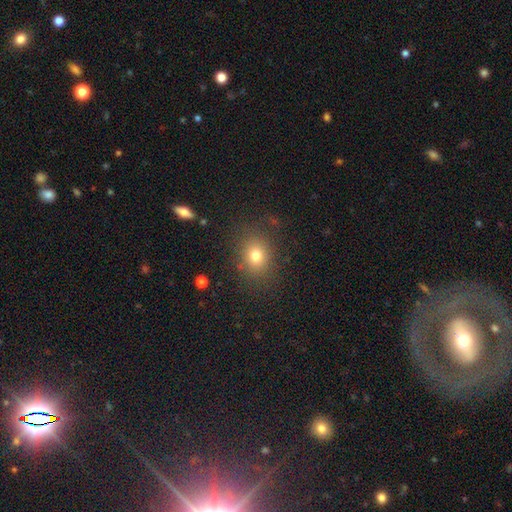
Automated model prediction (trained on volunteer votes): Smooth or featured? Predicted: smooth (p=0.76). How rounded? Predicted: round (p=0.61). Merging? Predicted: none (p=0.82).